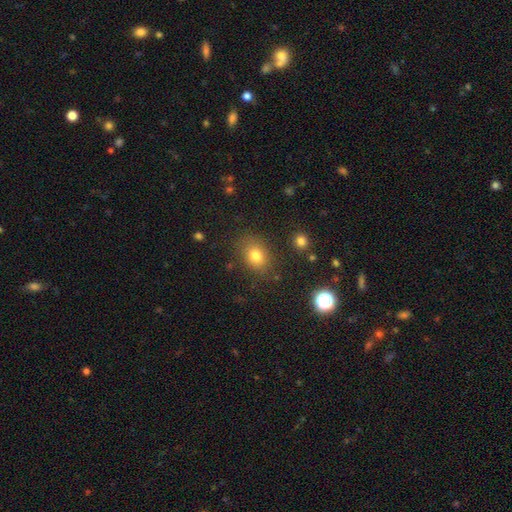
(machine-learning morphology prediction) Smooth or featured? smooth (77%)
How rounded? in between (54%)
Merging? none (81%)